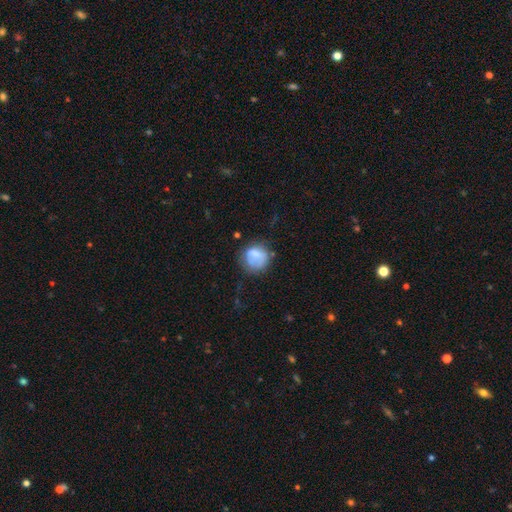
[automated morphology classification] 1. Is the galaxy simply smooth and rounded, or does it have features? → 66% smooth, 25% featured or disk, 9% star or artifact.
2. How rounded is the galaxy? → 81% round, 18% in between, 1% cigar-shaped.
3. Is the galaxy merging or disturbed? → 54% none, 25% minor disturbance, 16% major disturbance, 5% merger.